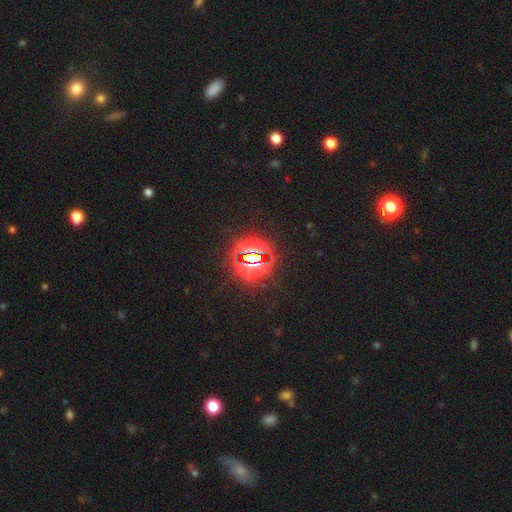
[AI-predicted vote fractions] This appears to be a star or artifact, not a galaxy (81%).